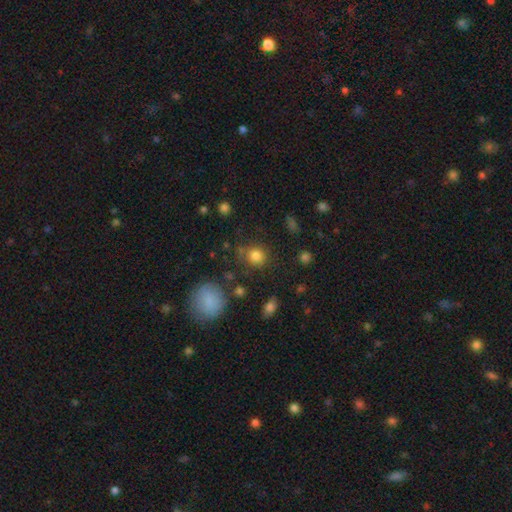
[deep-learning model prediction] Smooth or featured? Predicted: smooth (p=0.82). How rounded? Predicted: round (p=0.84). Merging? Predicted: none (p=0.78).